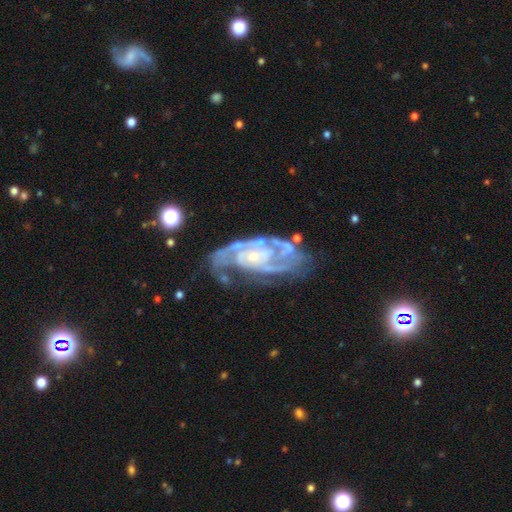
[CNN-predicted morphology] A featured or disk galaxy (90%) with no bar (62%), 2 (41%) tight (54%) spiral arms (96%) and a small central bulge (74%). Merging: none (58%).